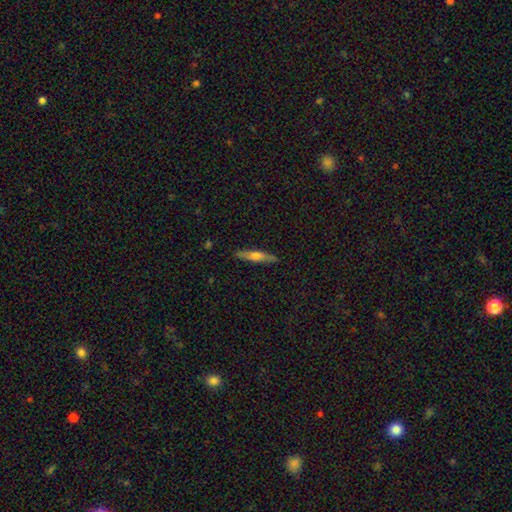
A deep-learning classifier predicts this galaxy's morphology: smooth-or-featured: smooth: 49% | featured or disk: 45% | star or artifact: 6%
  merging: none: 89% | minor disturbance: 8% | major disturbance: 2% | merger: 1%